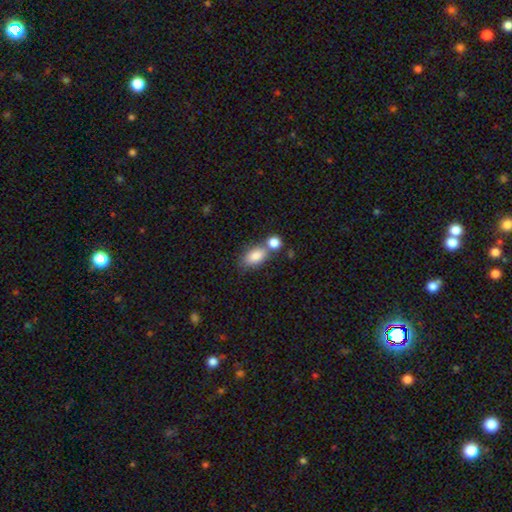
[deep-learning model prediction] This appears to be a smooth galaxy with no disk features (83%) that is in between round and cigar-shaped (86%). Merging: none (48%).